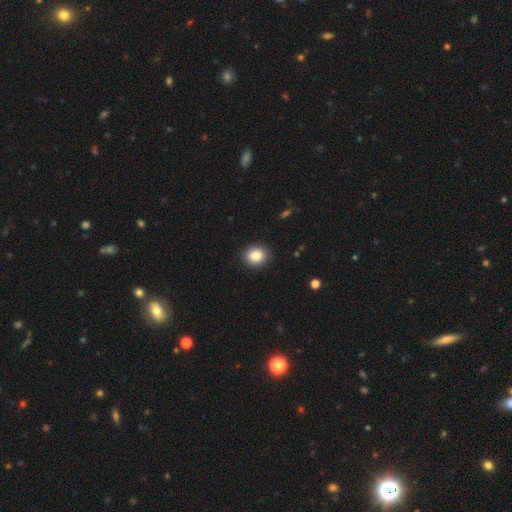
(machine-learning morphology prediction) Q: Smooth or featured?
A: smooth (87%); runner-up: star or artifact (9%)
Q: How rounded?
A: round (66%); runner-up: in between (33%)
Q: Merging?
A: none (89%); runner-up: minor disturbance (8%)